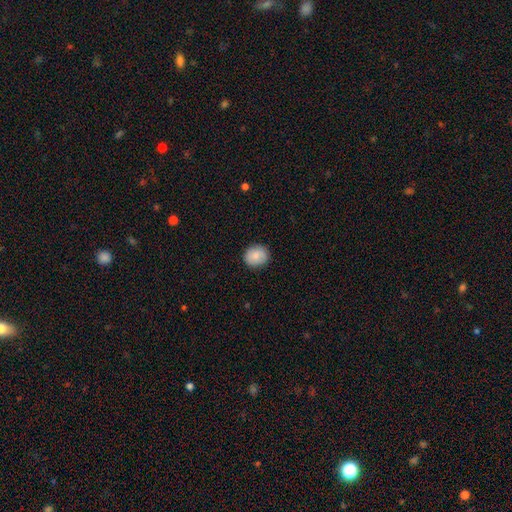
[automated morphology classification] The model was most divided on "how rounded": round: 74%, in between: 25%, cigar-shaped: 1%. More confident: merging — none (87%); smooth or featured — smooth (83%).